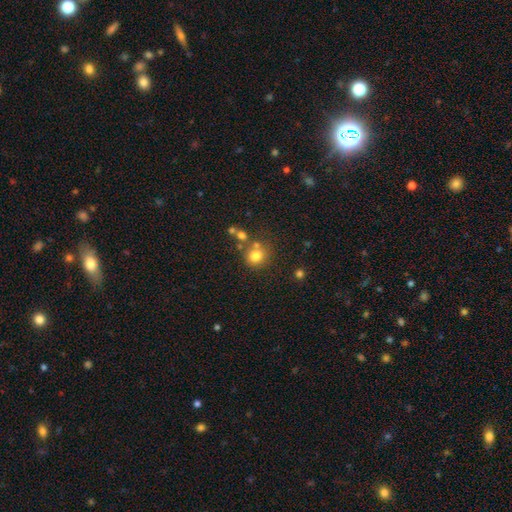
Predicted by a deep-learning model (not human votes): This is likely a smooth galaxy (76%). How rounded: clearly round (85%). Merging: likely none (63%).